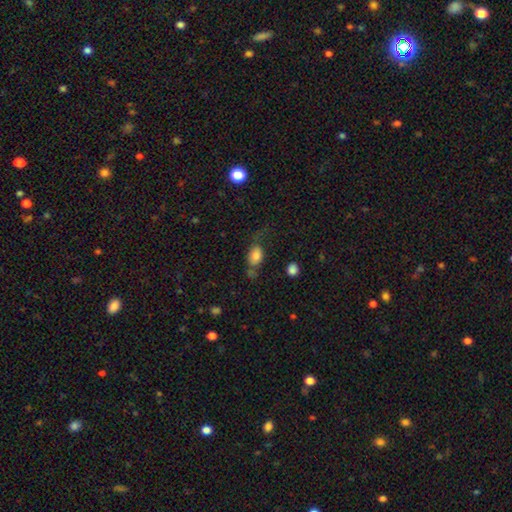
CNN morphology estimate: Smooth or featured?
  - smooth: 78% *
  - featured or disk: 12%
  - star or artifact: 10%
How rounded?
  - in between: 82% *
  - round: 15%
  - cigar-shaped: 3%
Merging?
  - none: 47% *
  - minor disturbance: 25%
  - major disturbance: 17%
  - merger: 11%